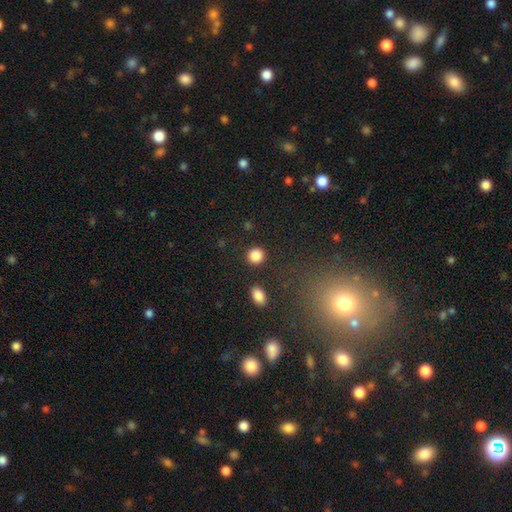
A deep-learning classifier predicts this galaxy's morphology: This appears to be a smooth galaxy with no disk features (86%) that is round (89%). Merging: none (89%).